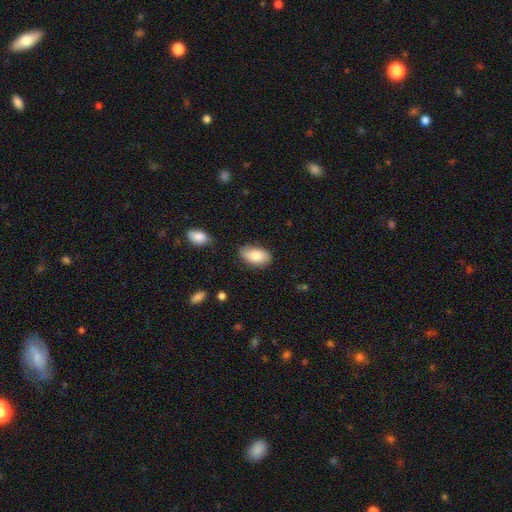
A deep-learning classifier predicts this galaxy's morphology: Smooth or featured: smooth — 84% (featured or disk — 10%)
How rounded: in between — 94% (round — 4%)
Merging: none — 78% (minor disturbance — 17%)